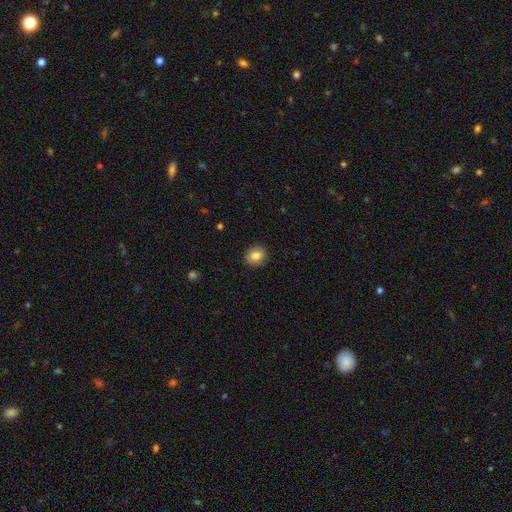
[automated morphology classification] Smooth or featured?
  - smooth: 82% *
  - featured or disk: 9%
  - star or artifact: 9%
How rounded?
  - round: 72% *
  - in between: 27%
  - cigar-shaped: 1%
Merging?
  - none: 89% *
  - minor disturbance: 8%
  - major disturbance: 2%
  - merger: 1%